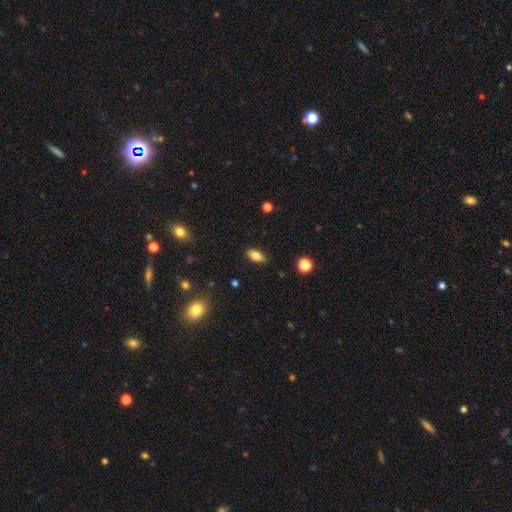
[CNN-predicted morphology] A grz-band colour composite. It shows a smooth galaxy with no disk features (81%) that is in between round and cigar-shaped (87%). Merging: none (86%).